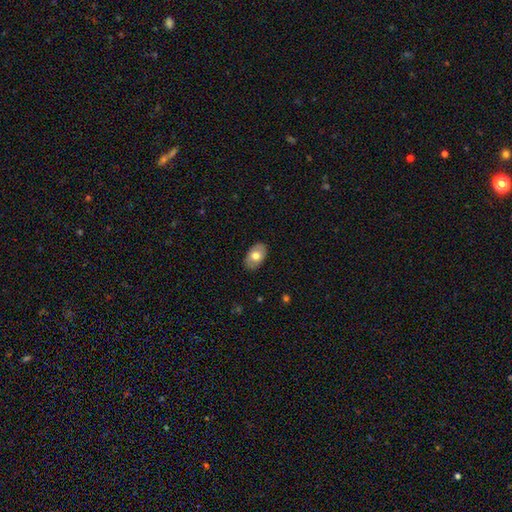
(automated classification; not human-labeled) Morphology: type=smooth (71%); roundness=in between (91%); merging=none (87%).